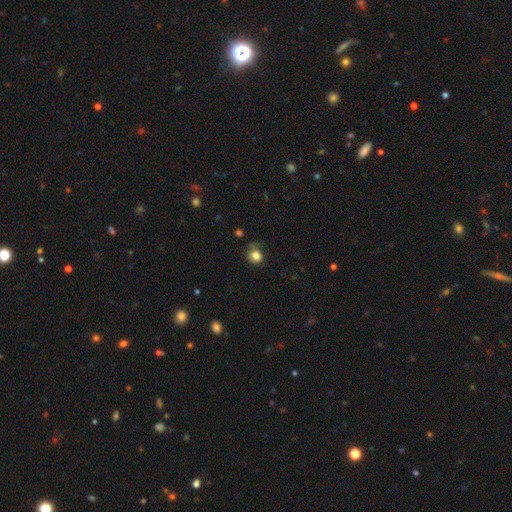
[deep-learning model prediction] A smooth galaxy with no disk features (82%) that is round (72%).

Vote fractions:
- Smooth or featured? smooth: 82% / star or artifact: 12% / featured or disk: 7%
- How rounded? round: 72% / in between: 27% / cigar-shaped: 1%
- Merging? none: 65% / minor disturbance: 24% / major disturbance: 8% / merger: 3%